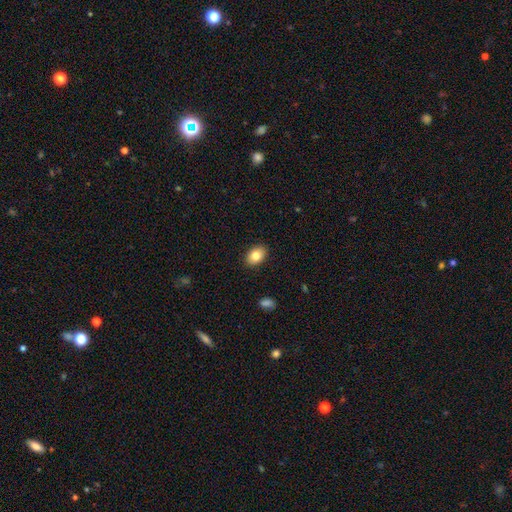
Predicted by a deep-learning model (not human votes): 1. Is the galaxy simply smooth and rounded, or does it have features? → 82% smooth, 10% featured or disk, 8% star or artifact.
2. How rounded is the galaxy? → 81% in between, 18% round, 1% cigar-shaped.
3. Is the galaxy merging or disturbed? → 89% none, 8% minor disturbance, 2% major disturbance, 1% merger.